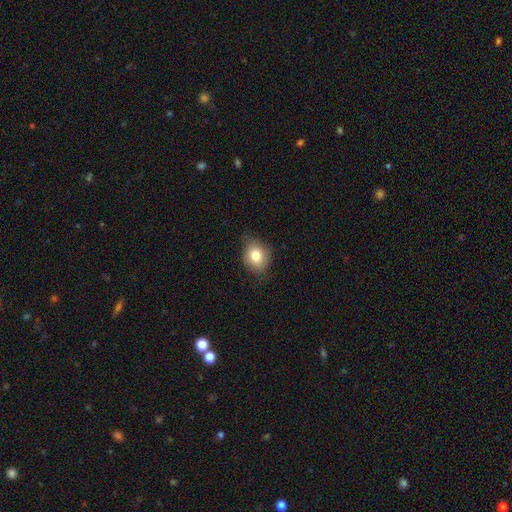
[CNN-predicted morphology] This is clearly a smooth galaxy (81%). How rounded: possibly round (50%). Merging: likely none (76%).